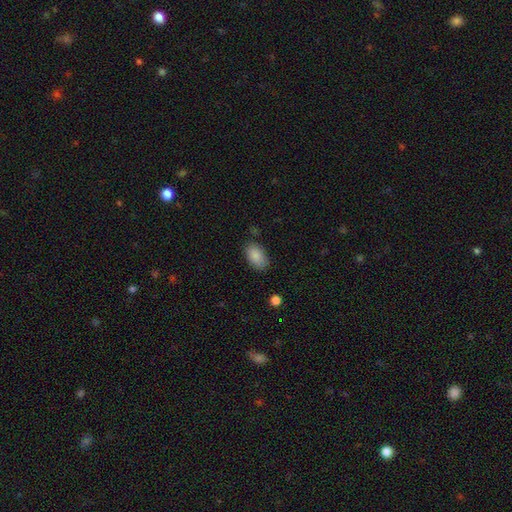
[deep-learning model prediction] smooth_or_featured: smooth (p=0.87) [alt: star or artifact p=0.07]
how_rounded: in between (p=0.92) [alt: round p=0.07]
merging: none (p=0.79) [alt: minor disturbance p=0.15]